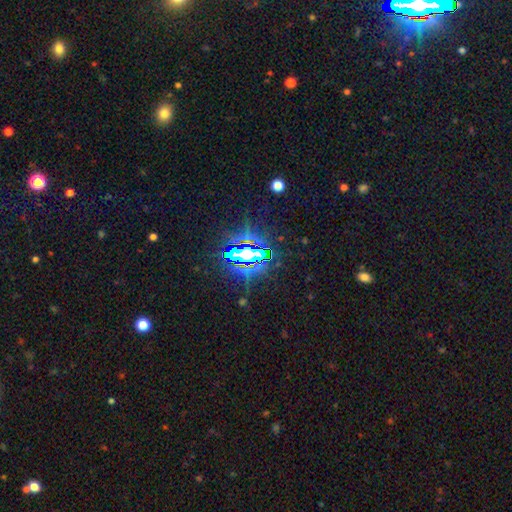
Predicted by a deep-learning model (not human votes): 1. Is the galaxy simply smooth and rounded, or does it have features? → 79% star or artifact, 10% smooth, 10% featured or disk.